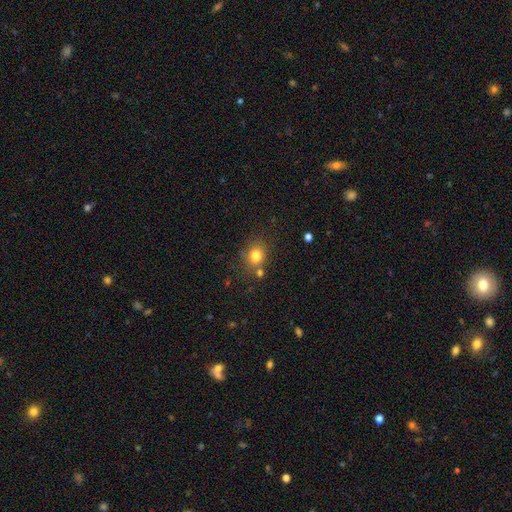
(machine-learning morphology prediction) Q: Smooth or featured?
A: smooth (80%); runner-up: star or artifact (13%)
Q: How rounded?
A: round (71%); runner-up: in between (28%)
Q: Merging?
A: none (71%); runner-up: minor disturbance (14%)